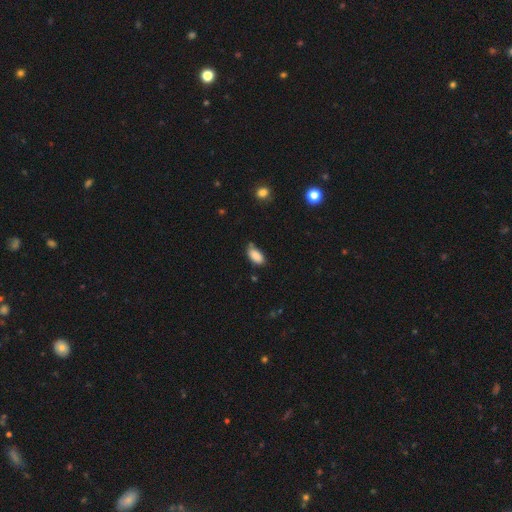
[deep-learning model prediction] Q: Smooth or featured?
A: smooth (87%); runner-up: star or artifact (8%)
Q: How rounded?
A: in between (92%); runner-up: cigar-shaped (5%)
Q: Merging?
A: none (65%); runner-up: minor disturbance (26%)